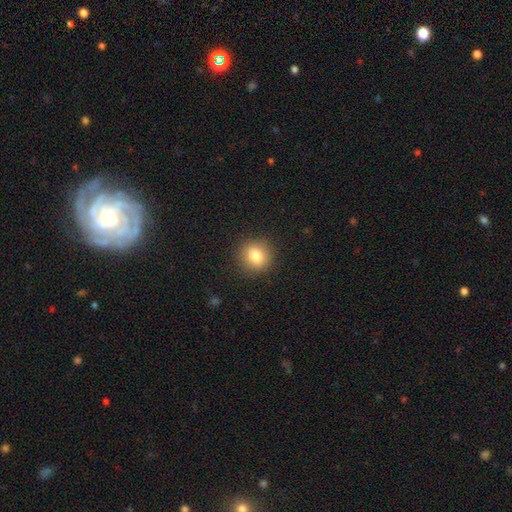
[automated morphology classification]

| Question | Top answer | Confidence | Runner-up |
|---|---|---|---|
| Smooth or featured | smooth | 81% | star or artifact (10%) |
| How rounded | round | 87% | in between (12%) |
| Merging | none | 89% | minor disturbance (7%) |